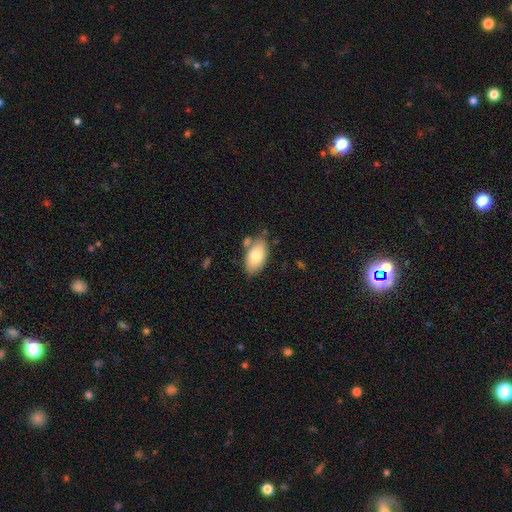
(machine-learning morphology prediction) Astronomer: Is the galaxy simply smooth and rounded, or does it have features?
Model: smooth — 77%.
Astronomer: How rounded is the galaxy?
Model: in between — 94%.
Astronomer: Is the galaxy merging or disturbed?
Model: none — 71%.